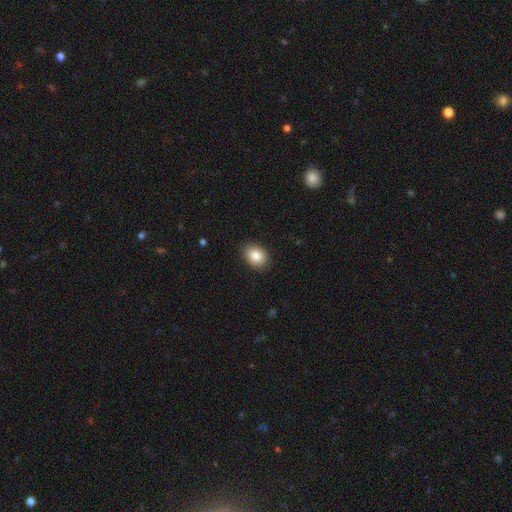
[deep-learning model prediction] Smooth or featured? Predicted: smooth (p=0.85). How rounded? Predicted: in between (p=0.62). Merging? Predicted: none (p=0.88).